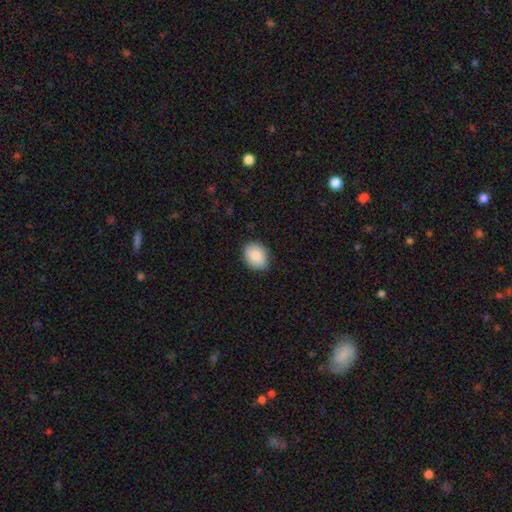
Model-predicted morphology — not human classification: A smooth galaxy with no disk features (87%) that is in between round and cigar-shaped (52%). Merging: none (87%).